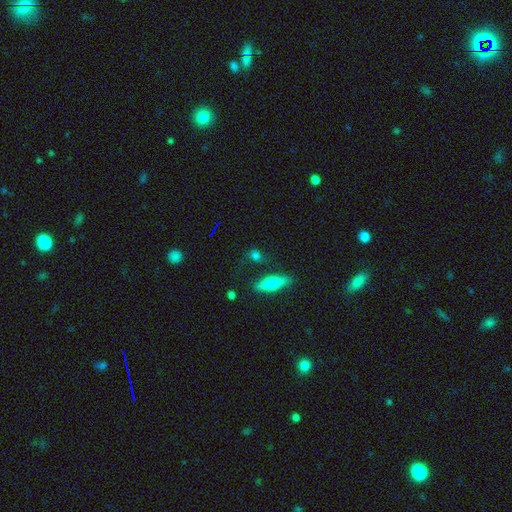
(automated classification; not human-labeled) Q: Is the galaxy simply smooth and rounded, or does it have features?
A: smooth — 62%.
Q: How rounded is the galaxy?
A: in between — 46%.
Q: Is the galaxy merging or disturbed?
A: none — 68%.